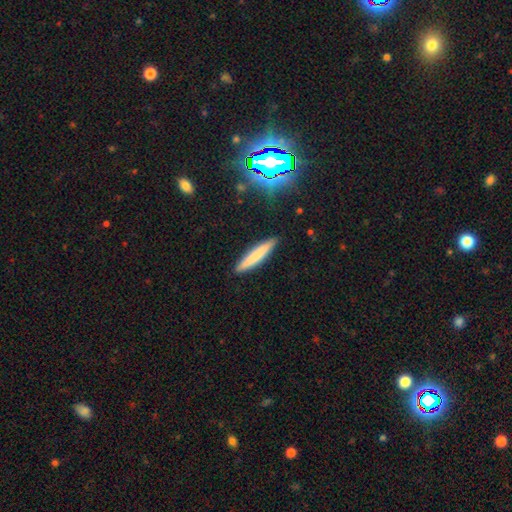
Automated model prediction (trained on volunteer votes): Smooth or featured: smooth — 73% (featured or disk — 19%)
How rounded: cigar-shaped — 92% (in between — 7%)
Merging: none — 90% (minor disturbance — 7%)